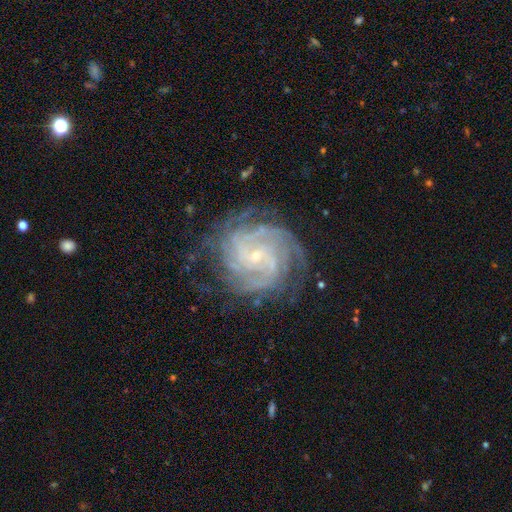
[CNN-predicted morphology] featured or disk 89%, star or artifact 6%, smooth 4%. Down the decision tree: edge-on disk — no (98%); bar — no (62%); spiral arms — yes (98%); spiral arm count — 4 (28%); spiral winding — tight (71%); bulge size — small (84%); merging — none (75%).